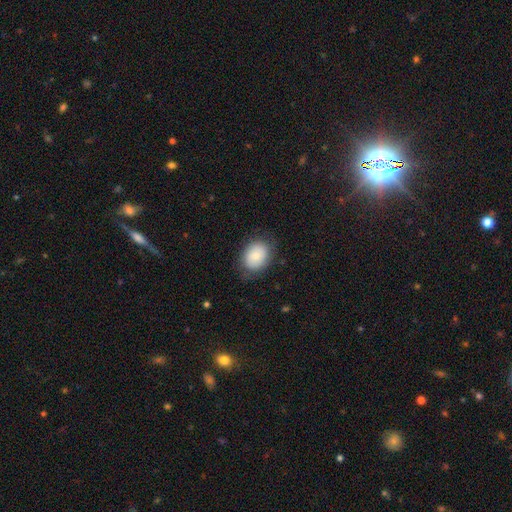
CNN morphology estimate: smooth_or_featured: smooth (p=0.79) [alt: featured or disk p=0.14]
how_rounded: in between (p=0.57) [alt: round p=0.42]
merging: none (p=0.77) [alt: minor disturbance p=0.16]